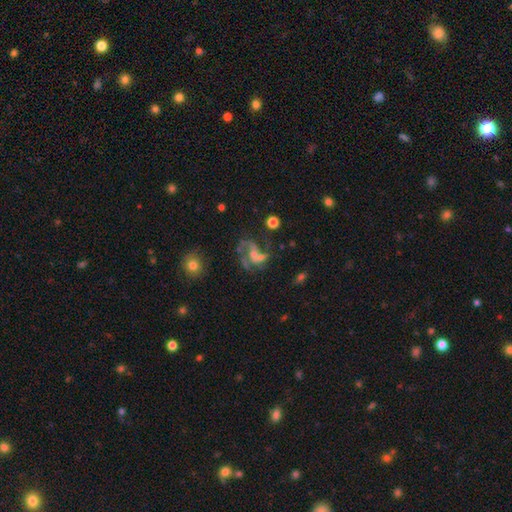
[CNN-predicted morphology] Smooth or featured: featured or disk — 69% (smooth — 19%)
Edge-on disk: no — 97% (yes — 3%)
Bar: no — 61% (weak — 29%)
Spiral arms: yes — 77% (no — 23%)
Spiral winding: medium — 43% (tied with loose — 43%)
Spiral arm count: 2 — 53% (can't tell — 16%)
Bulge size: small — 44% (moderate — 38%)
Merging: none — 30% (merger — 29%)